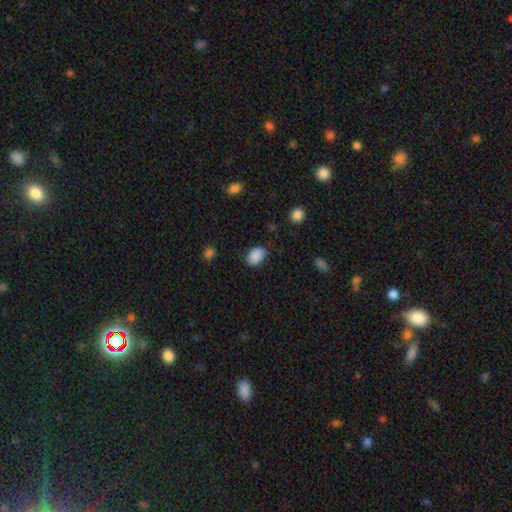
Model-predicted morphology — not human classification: The model was most divided on "merging": none: 72%, minor disturbance: 22%, major disturbance: 4%, merger: 2%. More confident: smooth or featured — smooth (88%); how rounded — in between (78%).